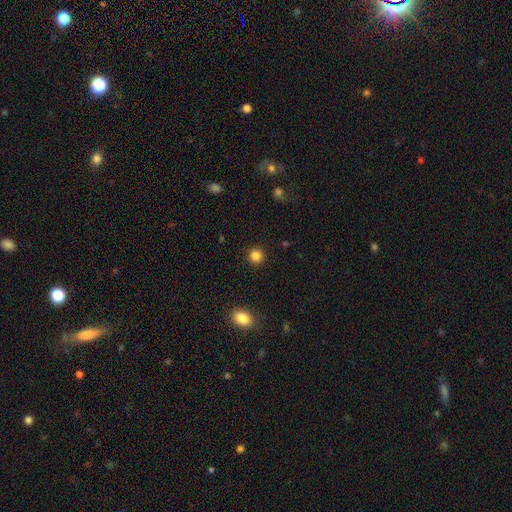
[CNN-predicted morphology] This is clearly a smooth galaxy (84%). How rounded: clearly round (94%). Merging: clearly none (92%).